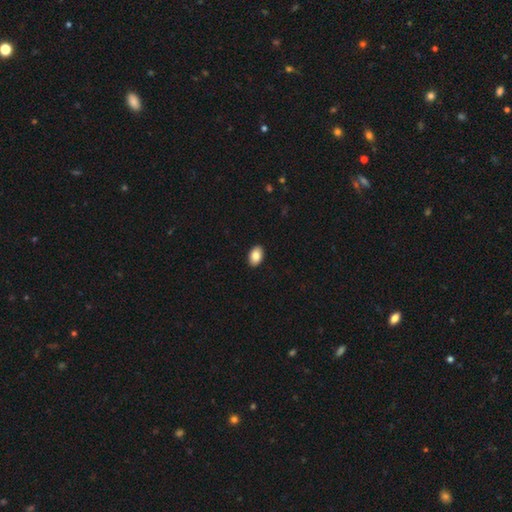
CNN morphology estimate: smooth 87%, star or artifact 7%, featured or disk 6%. Down the decision tree: how rounded — in between (90%); merging — none (91%).